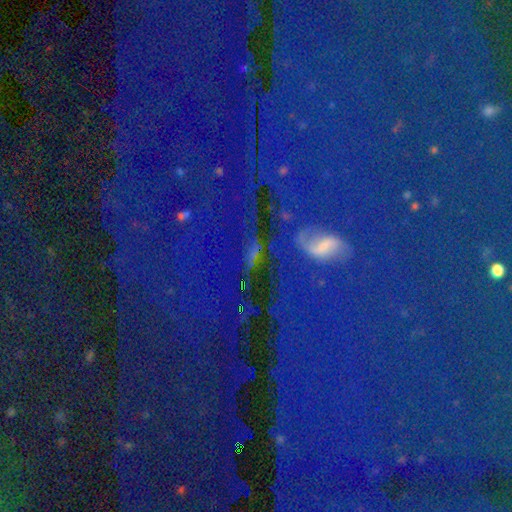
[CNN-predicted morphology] star or artifact 69%, smooth 18%, featured or disk 13%.